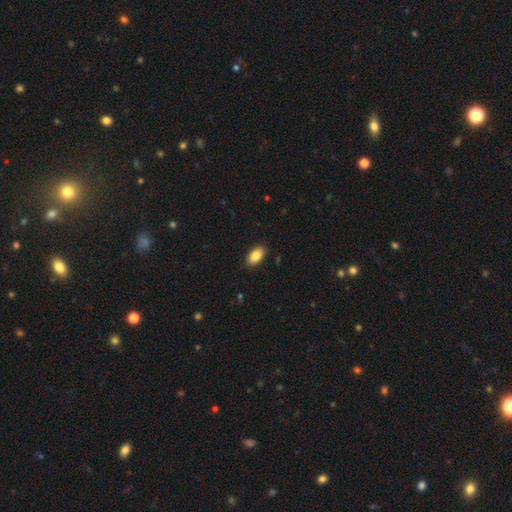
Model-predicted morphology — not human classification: Smooth or featured? Predicted: smooth (p=0.87). How rounded? Predicted: in between (p=0.93). Merging? Predicted: none (p=0.89).